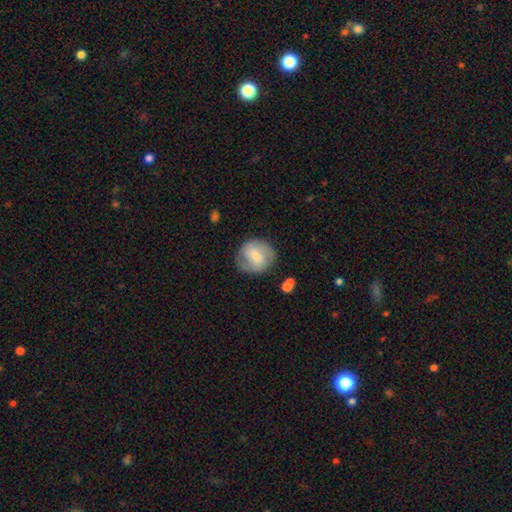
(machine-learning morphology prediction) Overall: smooth (54%; featured or disk 39%). How rounded: round (81%). Merging: none (71%).